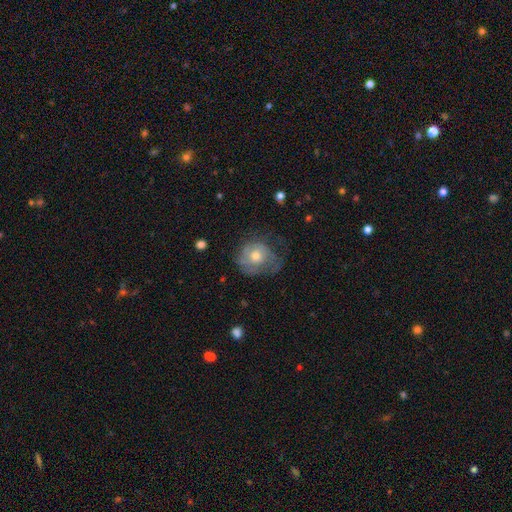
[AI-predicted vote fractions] Smooth or featured? smooth (46%)
Merging? none (49%)